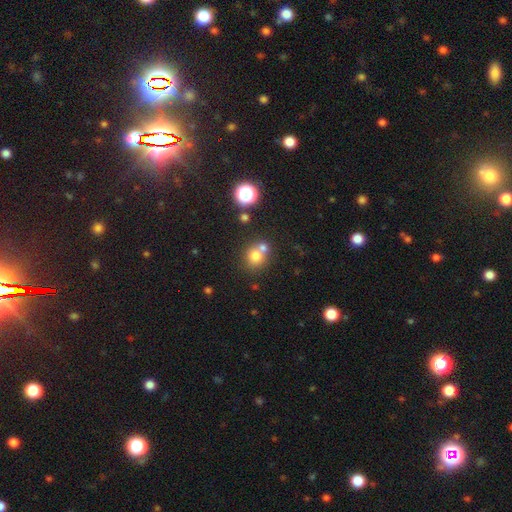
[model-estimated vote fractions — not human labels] smooth-or-featured: smooth: 73% | star or artifact: 15% | featured or disk: 12%
  how-rounded: round: 82% | in between: 17% | cigar-shaped: 1%
  merging: none: 48% | merger: 42% | minor disturbance: 8% | major disturbance: 3%